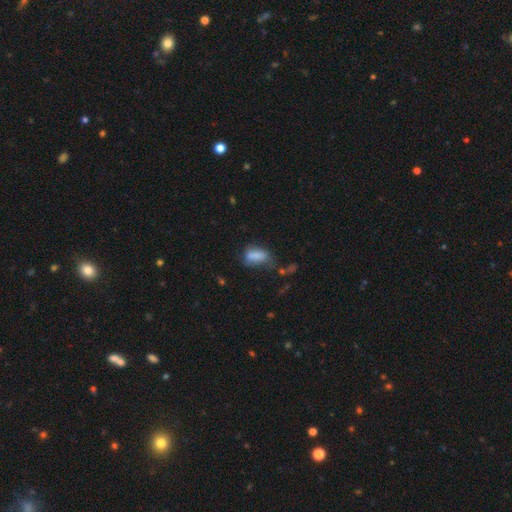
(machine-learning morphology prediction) A smooth galaxy with no disk features (77%) that is in between round and cigar-shaped (81%). Merging: none (40%).